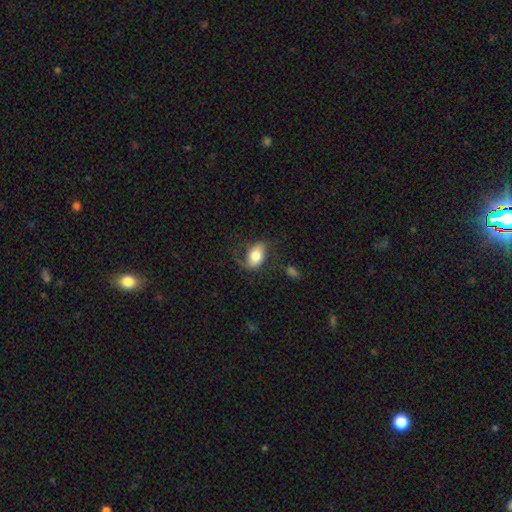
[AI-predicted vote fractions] This is likely a smooth galaxy (69%). How rounded: clearly in between (85%). Merging: possibly none (59%).